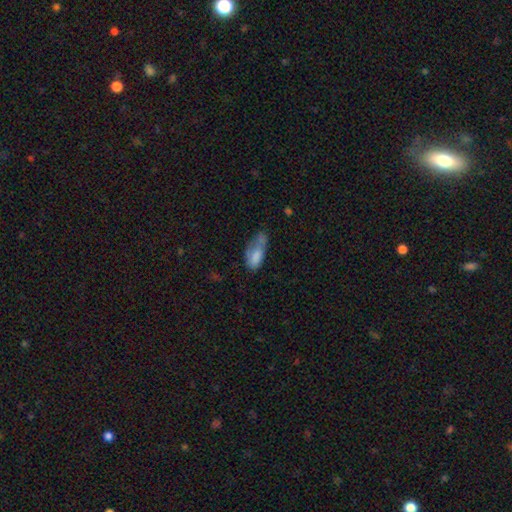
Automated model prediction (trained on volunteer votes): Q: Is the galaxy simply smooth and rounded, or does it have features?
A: smooth — 74%.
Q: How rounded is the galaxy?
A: in between — 84%.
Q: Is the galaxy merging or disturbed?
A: minor disturbance — 33%.